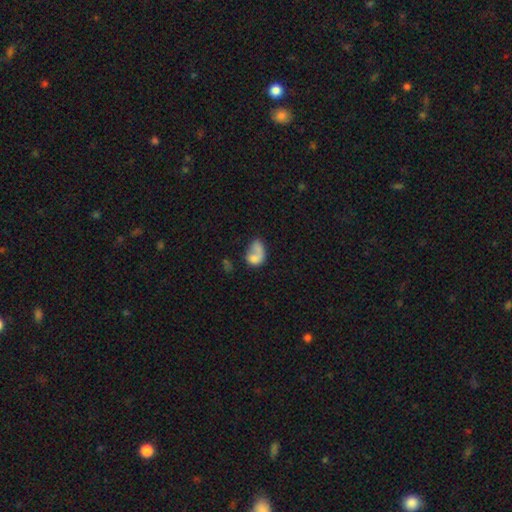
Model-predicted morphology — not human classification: Smooth or featured? Predicted: smooth (p=0.64). How rounded? Predicted: in between (p=0.77). Merging? Predicted: major disturbance (p=0.31).